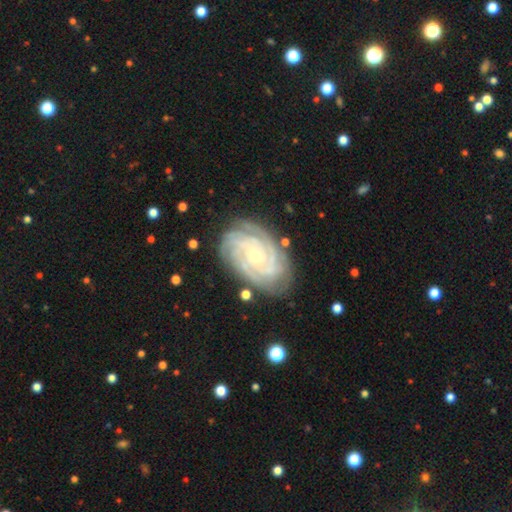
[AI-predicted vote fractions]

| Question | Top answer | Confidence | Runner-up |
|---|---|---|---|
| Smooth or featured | featured or disk | 89% | star or artifact (6%) |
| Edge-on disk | no | 97% | yes (3%) |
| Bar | no | 69% | weak (23%) |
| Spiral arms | yes | 98% | no (2%) |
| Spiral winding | tight | 81% | medium (16%) |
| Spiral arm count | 4 | 28% | 3 (26%) |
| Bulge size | small | 71% | moderate (25%) |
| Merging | none | 79% | minor disturbance (16%) |